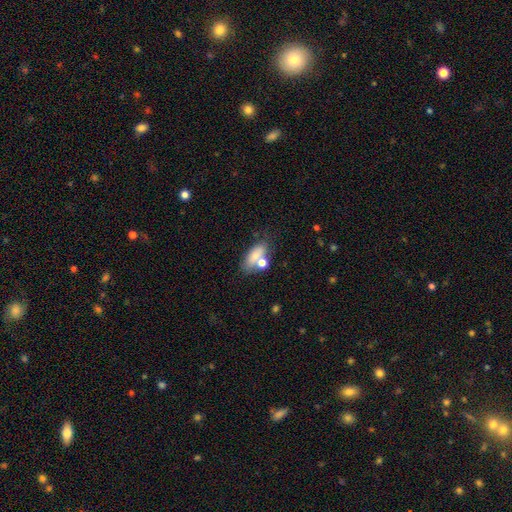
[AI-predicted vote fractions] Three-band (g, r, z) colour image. It shows a smooth galaxy with no disk features (70%) that is in between round and cigar-shaped (78%). Merging: none (50%).